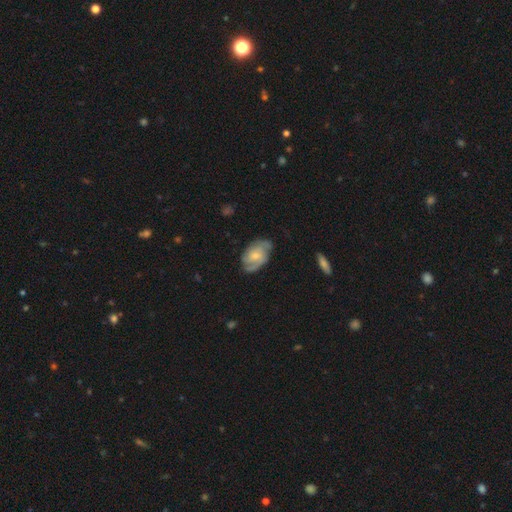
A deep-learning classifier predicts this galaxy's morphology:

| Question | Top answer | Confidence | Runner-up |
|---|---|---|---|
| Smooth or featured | featured or disk | 67% | smooth (27%) |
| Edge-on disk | no | 96% | yes (4%) |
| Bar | no | 61% | weak (34%) |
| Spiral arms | yes | 91% | no (9%) |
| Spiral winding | medium | 46% | tight (37%) |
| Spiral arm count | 2 | 56% | can't tell (19%) |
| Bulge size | small | 54% | moderate (36%) |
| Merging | none | 67% | minor disturbance (24%) |